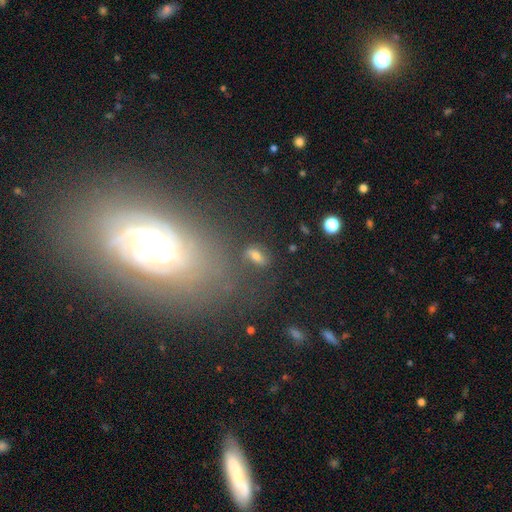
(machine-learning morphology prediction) smooth 60%, star or artifact 20%, featured or disk 19%. Down the decision tree: how rounded — in between (80%); merging — none (70%).